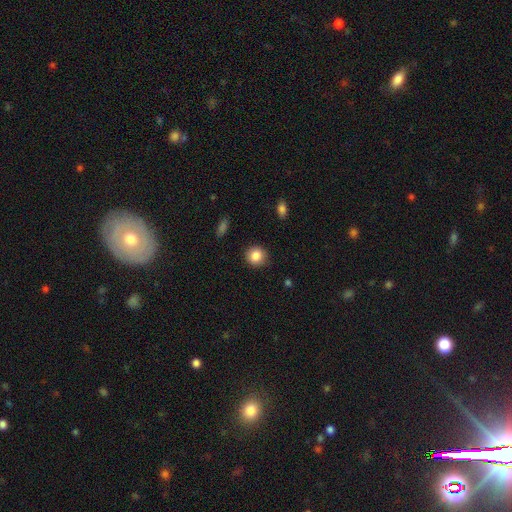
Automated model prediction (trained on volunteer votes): Smooth or featured?
  - smooth: 86% *
  - star or artifact: 9%
  - featured or disk: 5%
How rounded?
  - round: 89% *
  - in between: 10%
  - cigar-shaped: 1%
Merging?
  - none: 88% *
  - minor disturbance: 8%
  - major disturbance: 2%
  - merger: 1%